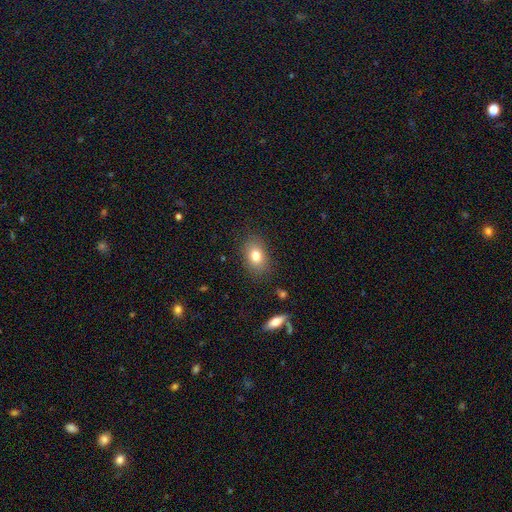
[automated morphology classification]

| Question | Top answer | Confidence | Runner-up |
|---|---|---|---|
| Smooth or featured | smooth | 79% | featured or disk (11%) |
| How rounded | in between | 77% | round (21%) |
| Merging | none | 85% | minor disturbance (11%) |